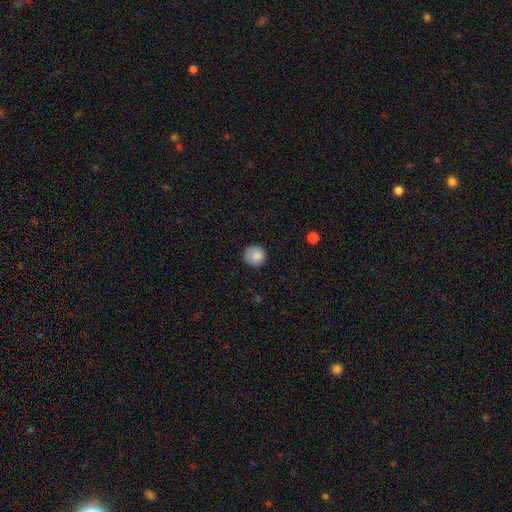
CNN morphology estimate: type=smooth (87%); roundness=round (91%); merging=none (85%).